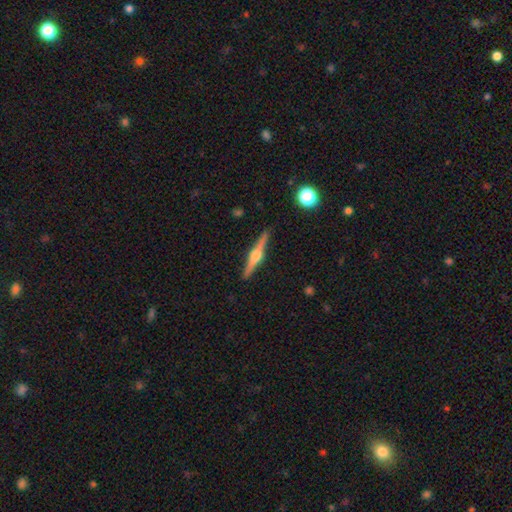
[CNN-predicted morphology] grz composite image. It shows a featured or disk galaxy (80%) viewed edge-on (98%) with a rounded central bulge (94%). Merging: none (91%).